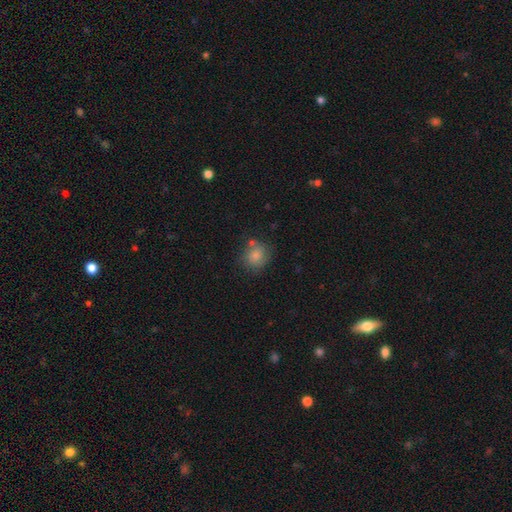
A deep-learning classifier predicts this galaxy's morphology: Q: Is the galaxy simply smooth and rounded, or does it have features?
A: smooth — 78%.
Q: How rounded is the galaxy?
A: round — 76%.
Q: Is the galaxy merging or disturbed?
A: none — 62%.